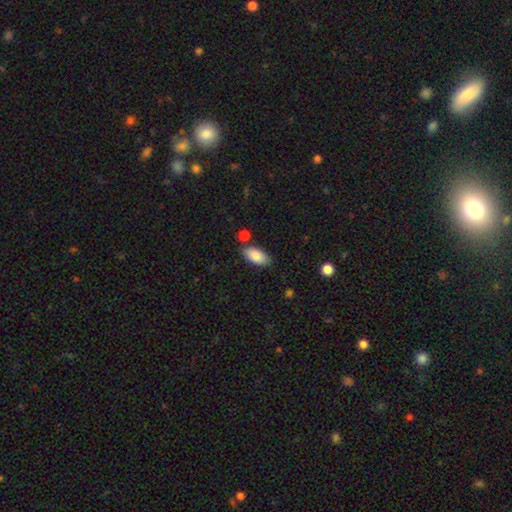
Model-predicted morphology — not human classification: This appears to be a smooth galaxy with no disk features (86%) that is in between round and cigar-shaped (93%). Merging: none (78%).